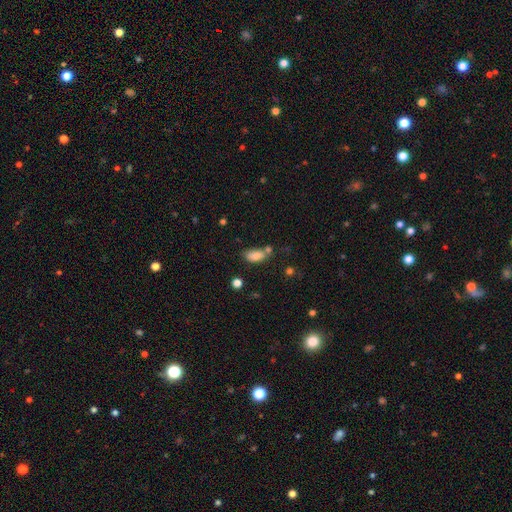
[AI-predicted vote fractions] A smooth galaxy with no disk features (81%) that is in between round and cigar-shaped (89%).

Vote fractions:
- Smooth or featured? smooth: 81% / featured or disk: 10% / star or artifact: 9%
- How rounded? in between: 89% / cigar-shaped: 6% / round: 5%
- Merging? none: 54% / merger: 20% / minor disturbance: 20% / major disturbance: 6%